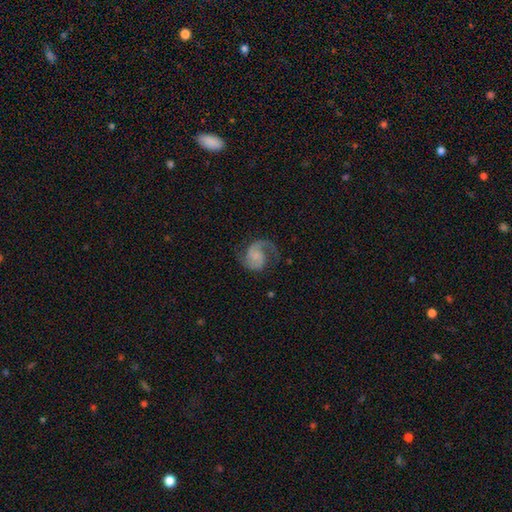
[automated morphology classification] Smooth or featured? featured or disk (85%)
Edge-on disk? no (98%)
Bar? no (65%)
Spiral arms? yes (97%)
Spiral winding? medium (53%)
Spiral arm count? 2 (86%)
Bulge size? none (46%)
Merging? none (70%)